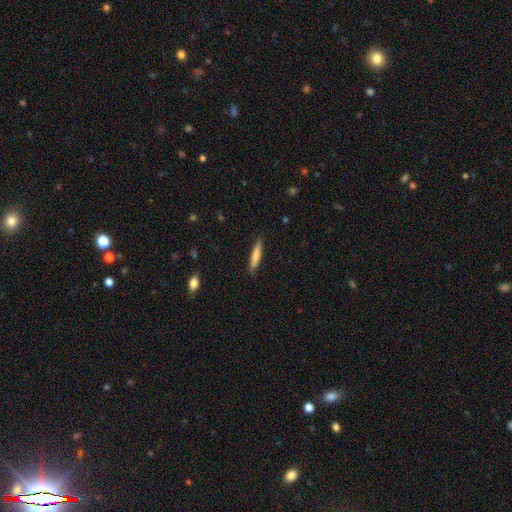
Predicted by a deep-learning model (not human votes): A smooth galaxy with no disk features (75%) that is cigar-shaped (89%).

Vote fractions:
- Smooth or featured? smooth: 75% / featured or disk: 19% / star or artifact: 6%
- How rounded? cigar-shaped: 89% / in between: 9% / round: 1%
- Merging? none: 89% / minor disturbance: 9% / major disturbance: 2% / merger: 1%